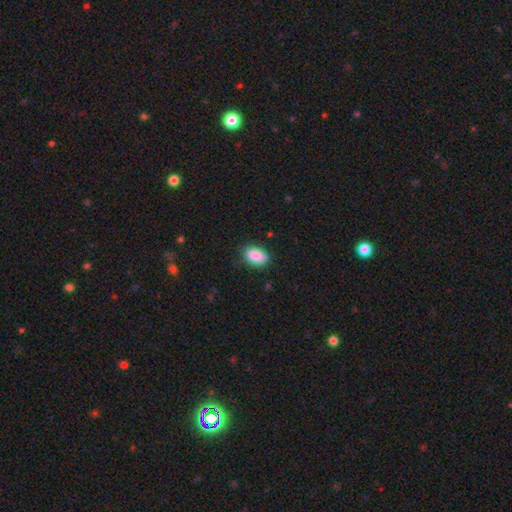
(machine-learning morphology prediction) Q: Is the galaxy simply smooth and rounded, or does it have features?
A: smooth — 88%.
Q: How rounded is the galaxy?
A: in between — 89%.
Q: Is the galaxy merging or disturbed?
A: none — 81%.